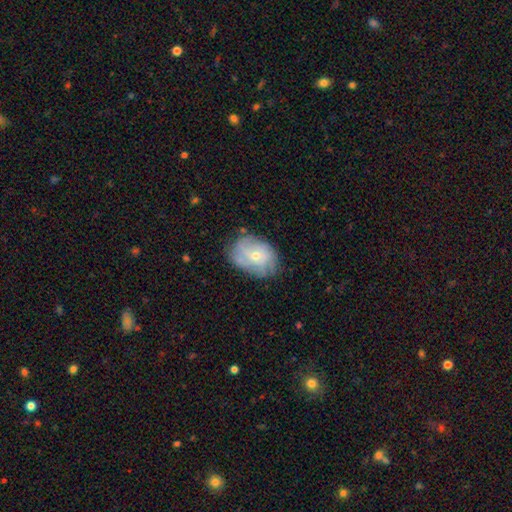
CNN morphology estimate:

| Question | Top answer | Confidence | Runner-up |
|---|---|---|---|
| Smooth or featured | featured or disk | 54% | smooth (37%) |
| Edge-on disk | no | 96% | yes (4%) |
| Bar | no | 79% | weak (18%) |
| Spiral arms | yes | 65% | no (35%) |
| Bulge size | small | 57% | moderate (40%) |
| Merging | none | 68% | minor disturbance (23%) |